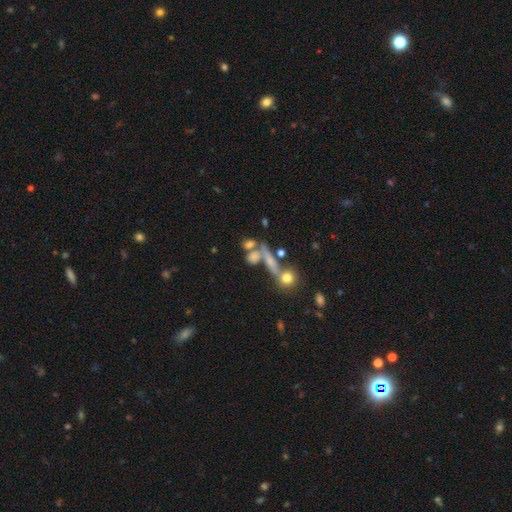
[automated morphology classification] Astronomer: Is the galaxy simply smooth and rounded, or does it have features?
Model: featured or disk — 38% (runner-up: smooth, 37%).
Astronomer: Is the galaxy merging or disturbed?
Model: none — 37% (runner-up: merger, 36%).